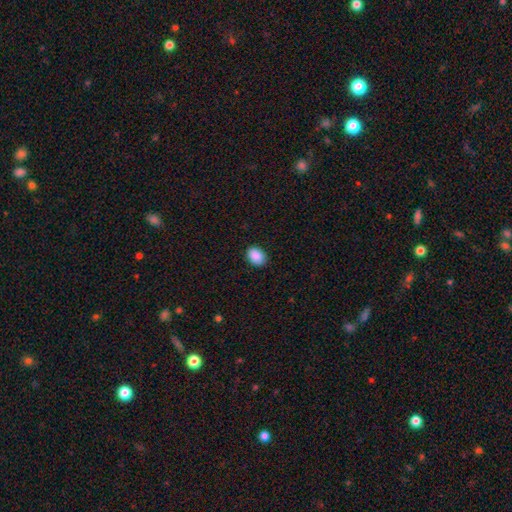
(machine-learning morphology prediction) Smooth or featured?
  - smooth: 90% *
  - star or artifact: 7%
  - featured or disk: 3%
How rounded?
  - in between: 75% *
  - round: 24%
  - cigar-shaped: 1%
Merging?
  - none: 88% *
  - minor disturbance: 9%
  - major disturbance: 2%
  - merger: 1%